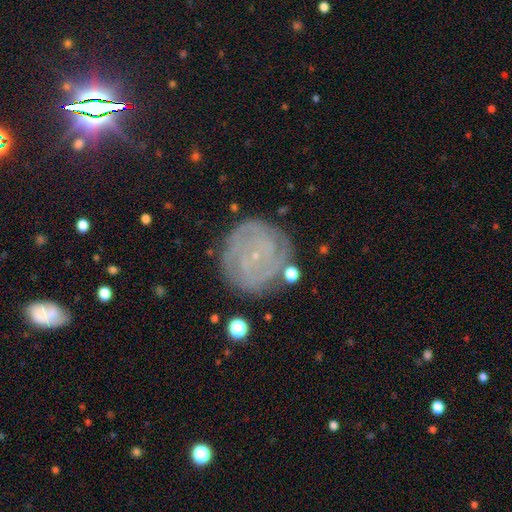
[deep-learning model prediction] Smooth or featured? Predicted: featured or disk (p=0.71). Edge-on disk? Predicted: no (p=0.97). Bar? Predicted: no (p=0.77). Spiral arms? Predicted: yes (p=0.90). Spiral winding? Predicted: tight (p=0.79). Spiral arm count? Predicted: can't tell (p=0.37). Bulge size? Predicted: small (p=0.88). Merging? Predicted: none (p=0.79).